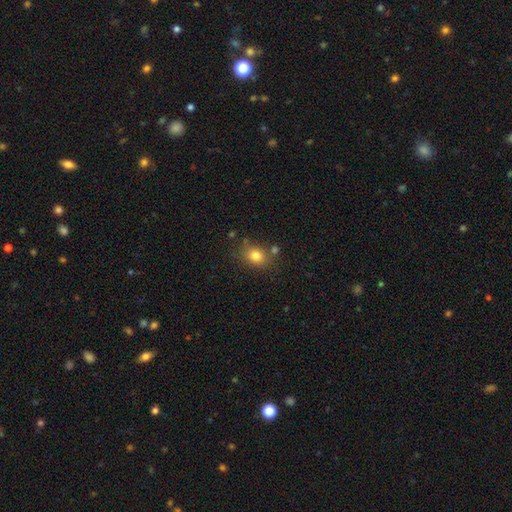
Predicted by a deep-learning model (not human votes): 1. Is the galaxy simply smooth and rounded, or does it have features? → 80% smooth, 12% star or artifact, 9% featured or disk.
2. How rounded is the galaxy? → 52% round, 47% in between, 1% cigar-shaped.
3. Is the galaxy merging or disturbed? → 73% none, 14% minor disturbance, 9% merger, 4% major disturbance.